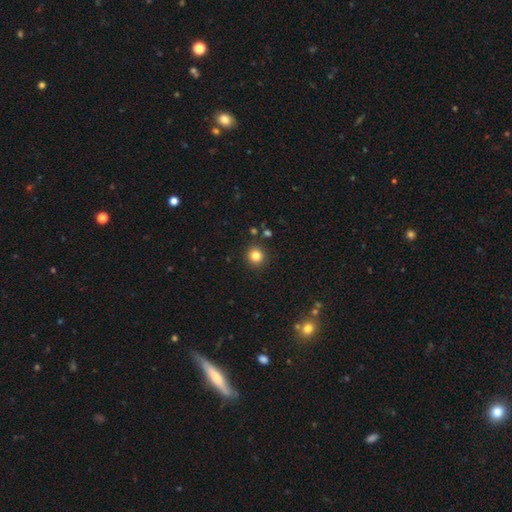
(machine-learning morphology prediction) Overall: smooth (82%). How rounded: round (92%). Merging: none (89%).